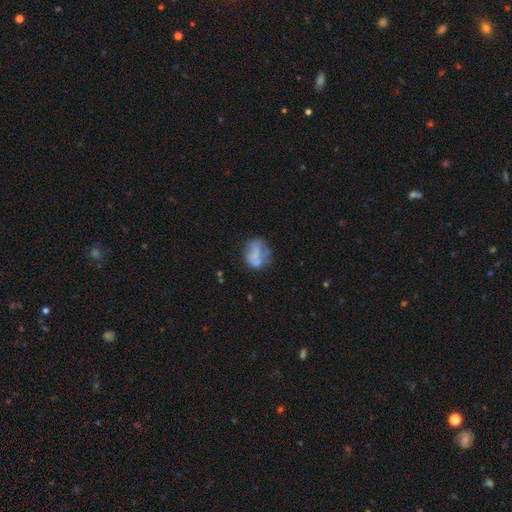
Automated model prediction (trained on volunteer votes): Smooth or featured?
  - smooth: 53% *
  - featured or disk: 35%
  - star or artifact: 11%
How rounded?
  - round: 55% *
  - in between: 44%
  - cigar-shaped: 2%
Merging?
  - none: 45% *
  - minor disturbance: 24%
  - major disturbance: 19%
  - merger: 12%